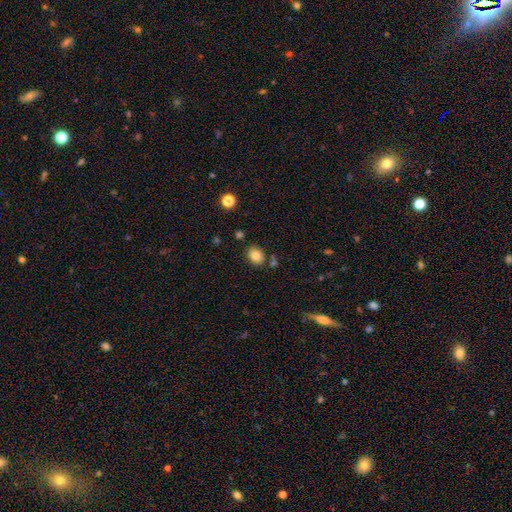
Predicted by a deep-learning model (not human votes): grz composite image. It shows a smooth galaxy with no disk features (83%) that is in between round and cigar-shaped (50%). Merging: none (78%).